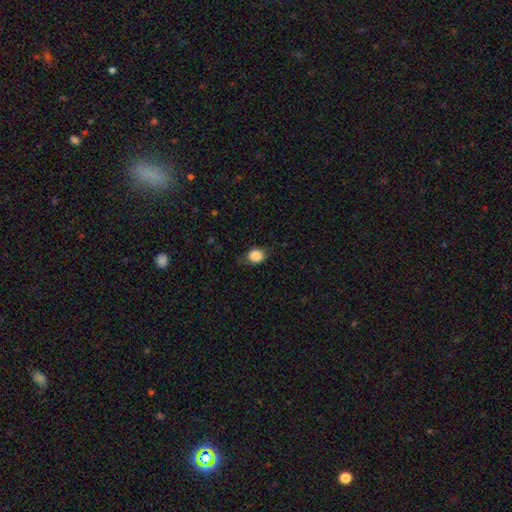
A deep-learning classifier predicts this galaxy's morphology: smooth-or-featured: smooth: 87% | star or artifact: 9% | featured or disk: 5%
  how-rounded: round: 58% | in between: 41% | cigar-shaped: 1%
  merging: none: 64% | minor disturbance: 27% | major disturbance: 7% | merger: 1%